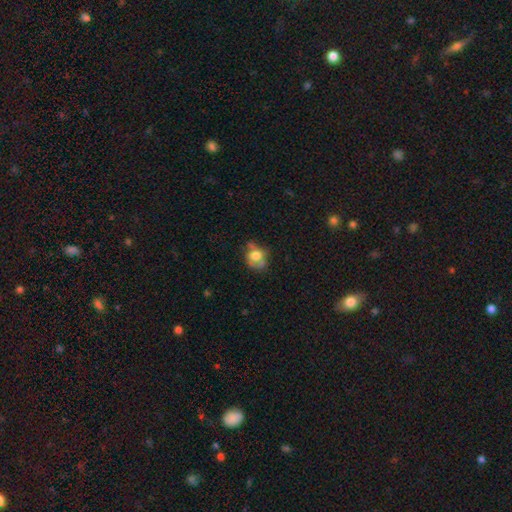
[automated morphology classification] This is likely a smooth galaxy (60%). How rounded: possibly round (58%). Merging: marginally none (41%).